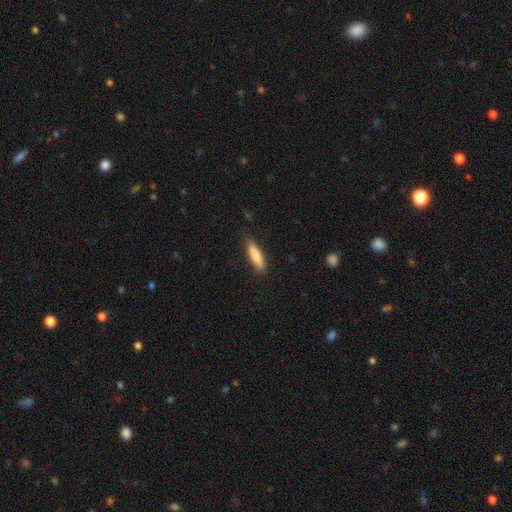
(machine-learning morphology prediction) type=smooth (77%); roundness=cigar-shaped (70%); merging=none (86%).